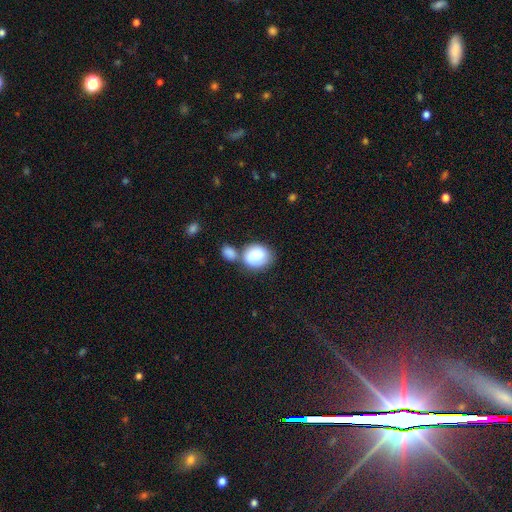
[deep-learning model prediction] smooth_or_featured: smooth (p=0.83) [alt: featured or disk p=0.10]
how_rounded: round (p=0.58) [alt: in between p=0.41]
merging: merger (p=0.42) [alt: none p=0.38]